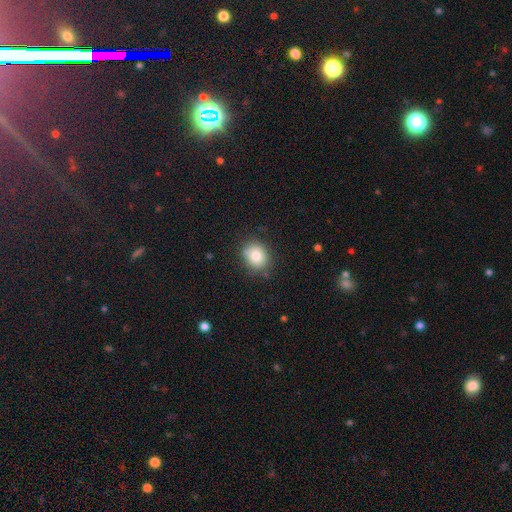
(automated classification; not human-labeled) Morphology: type=smooth (82%); roundness=round (67%); merging=none (79%).